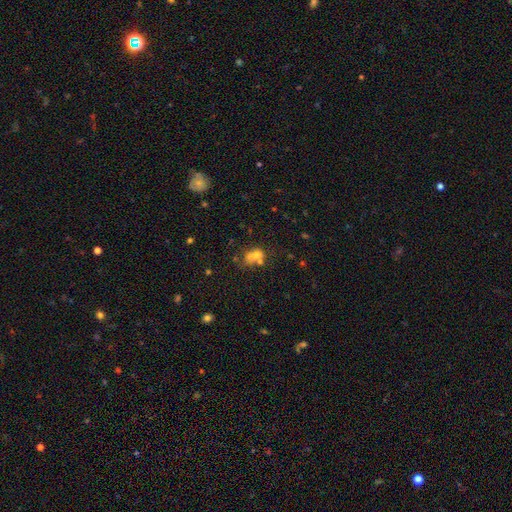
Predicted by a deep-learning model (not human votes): smooth_or_featured: smooth (p=0.61) [alt: featured or disk p=0.21]
how_rounded: round (p=0.56) [alt: in between p=0.42]
merging: merger (p=0.54) [alt: none p=0.29]